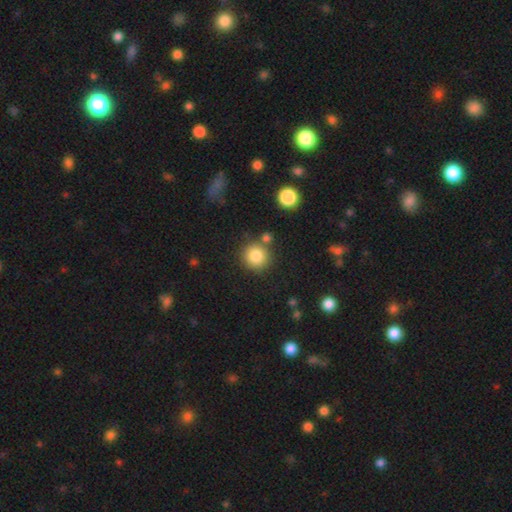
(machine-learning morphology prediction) smooth 84%, star or artifact 10%, featured or disk 6%. Down the decision tree: how rounded — round (92%); merging — none (78%).